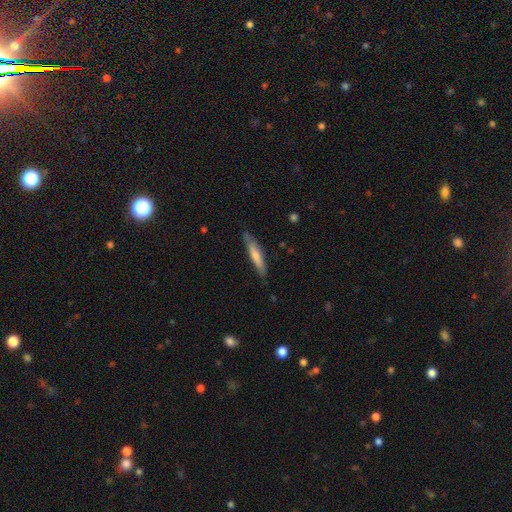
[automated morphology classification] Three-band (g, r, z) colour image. It shows a smooth galaxy with no disk features (66%) that is cigar-shaped (89%). Merging: none (82%).